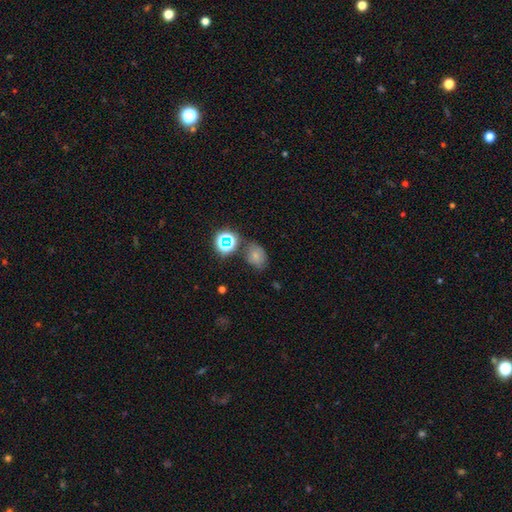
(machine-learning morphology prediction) smooth_or_featured: smooth (p=0.66) [alt: star or artifact p=0.21]
how_rounded: in between (p=0.63) [alt: round p=0.36]
merging: none (p=0.65) [alt: minor disturbance p=0.21]